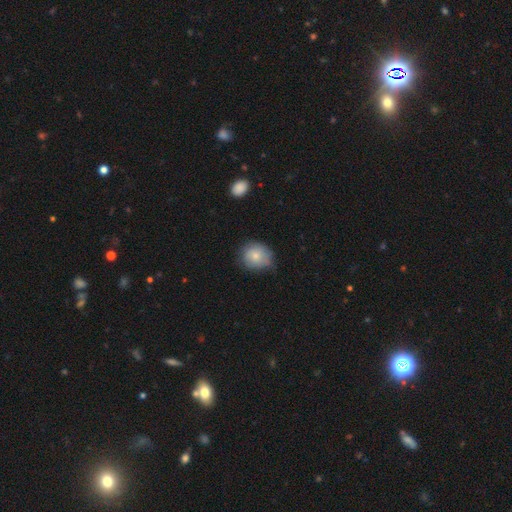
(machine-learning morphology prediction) smooth_or_featured: smooth (p=0.76) [alt: featured or disk p=0.16]
how_rounded: round (p=0.79) [alt: in between p=0.20]
merging: none (p=0.64) [alt: minor disturbance p=0.29]